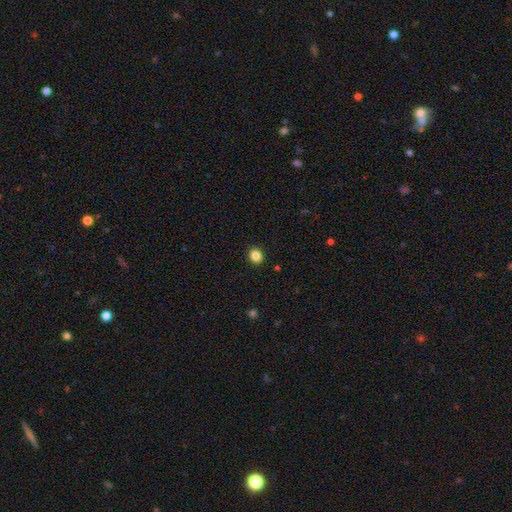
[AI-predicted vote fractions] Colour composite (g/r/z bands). It shows a smooth galaxy with no disk features (85%) that is round (68%). Merging: none (91%).